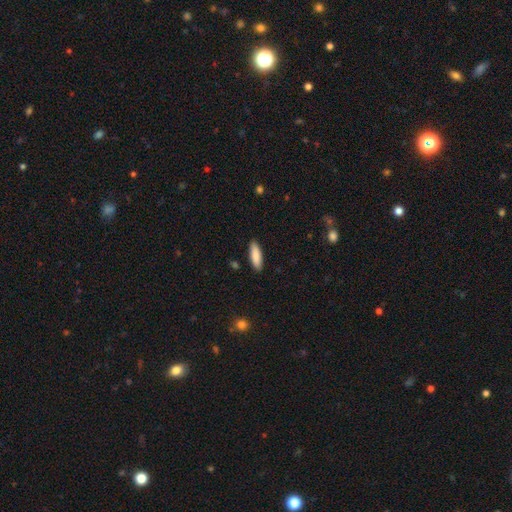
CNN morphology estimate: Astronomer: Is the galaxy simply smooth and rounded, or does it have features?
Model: smooth — 87%.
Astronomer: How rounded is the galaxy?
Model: cigar-shaped — 50% (runner-up: in between, 49%).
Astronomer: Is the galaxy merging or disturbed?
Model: none — 88%.